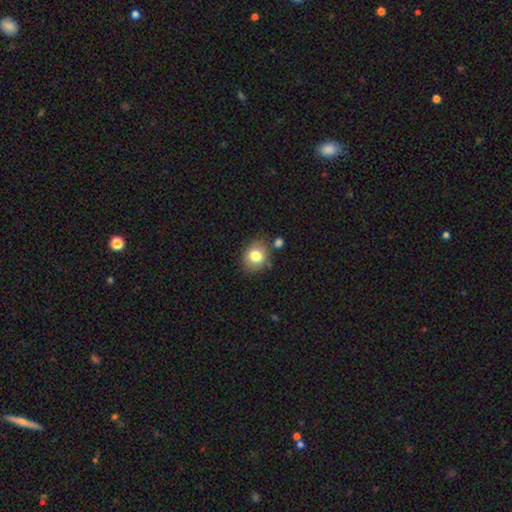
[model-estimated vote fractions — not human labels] Q: Smooth or featured?
A: smooth (79%); runner-up: featured or disk (11%)
Q: How rounded?
A: round (63%); runner-up: in between (37%)
Q: Merging?
A: none (75%); runner-up: minor disturbance (14%)